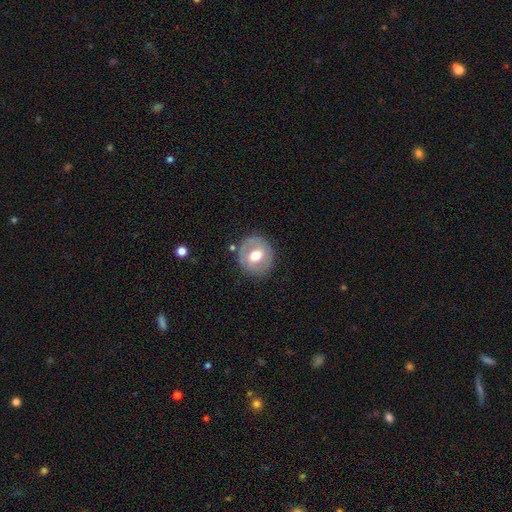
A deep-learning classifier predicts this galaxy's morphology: Smooth or featured? smooth (55%)
How rounded? round (81%)
Merging? none (81%)